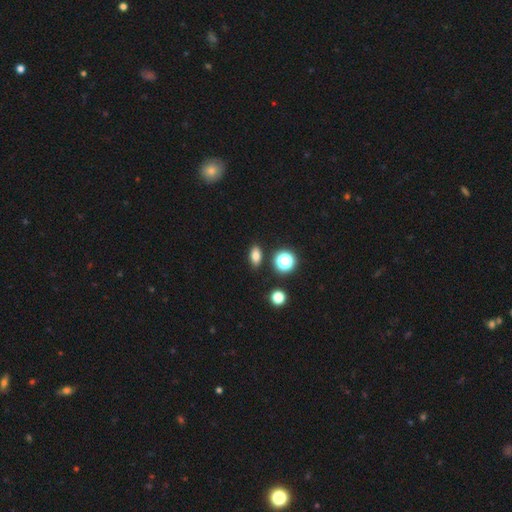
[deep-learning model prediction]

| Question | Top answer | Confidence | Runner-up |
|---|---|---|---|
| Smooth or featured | smooth | 77% | star or artifact (15%) |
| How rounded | in between | 80% | round (15%) |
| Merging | none | 86% | minor disturbance (8%) |